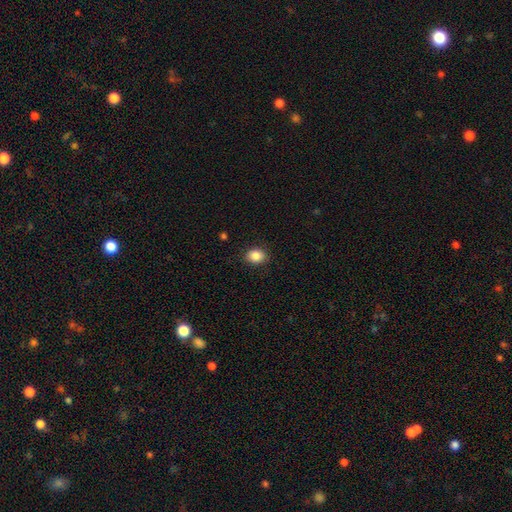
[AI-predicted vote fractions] Smooth or featured? Predicted: smooth (p=0.86). How rounded? Predicted: round (p=0.51). Merging? Predicted: none (p=0.87).